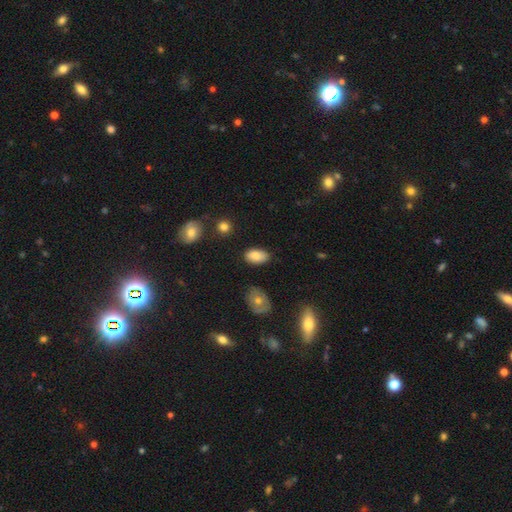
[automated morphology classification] Q: Smooth or featured?
A: smooth (83%); runner-up: featured or disk (8%)
Q: How rounded?
A: in between (92%); runner-up: round (6%)
Q: Merging?
A: none (82%); runner-up: minor disturbance (13%)